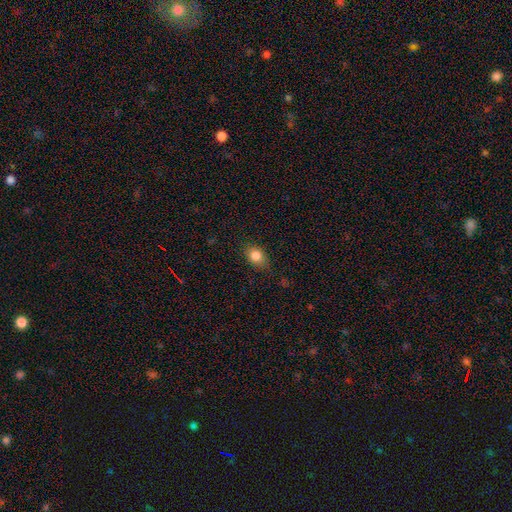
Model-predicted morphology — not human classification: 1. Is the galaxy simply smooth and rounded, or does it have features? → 83% smooth, 10% star or artifact, 7% featured or disk.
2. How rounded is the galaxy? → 60% in between, 38% round, 2% cigar-shaped.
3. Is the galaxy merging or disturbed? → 75% none, 19% minor disturbance, 5% major disturbance, 1% merger.